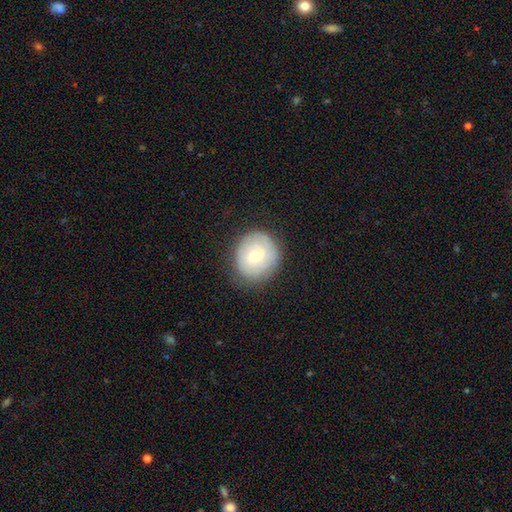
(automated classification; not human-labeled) smooth 58%, featured or disk 35%, star or artifact 7%. Down the decision tree: how rounded — round (80%); merging — none (78%).